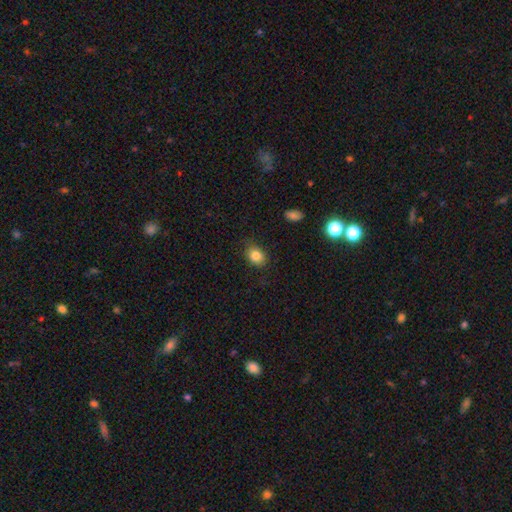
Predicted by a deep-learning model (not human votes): smooth-or-featured: smooth: 83% | star or artifact: 10% | featured or disk: 7%
  how-rounded: in between: 61% | round: 38% | cigar-shaped: 1%
  merging: none: 79% | minor disturbance: 16% | major disturbance: 3% | merger: 1%